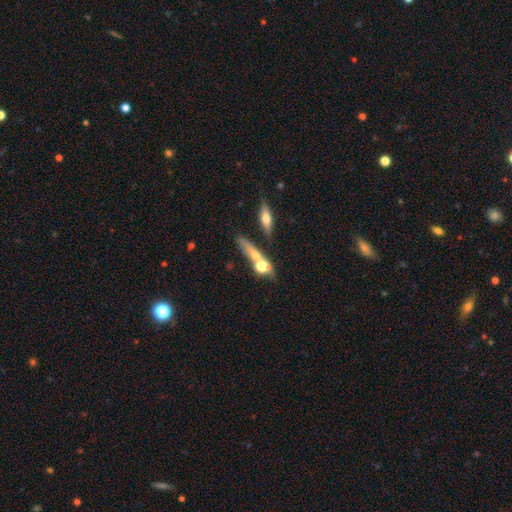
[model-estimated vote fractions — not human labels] Q: Smooth or featured?
A: smooth (51%); runner-up: featured or disk (35%)
Q: How rounded?
A: cigar-shaped (41%); runner-up: in between (31%)
Q: Merging?
A: none (48%); runner-up: merger (33%)